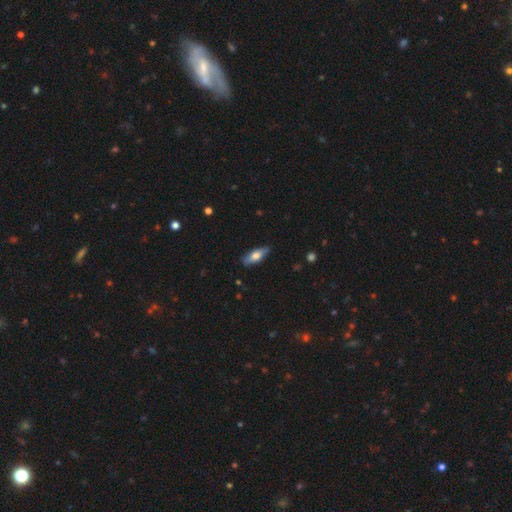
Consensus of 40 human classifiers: Smooth or featured? smooth (62%)
How rounded? in between (68%)
Merging? none (79%)